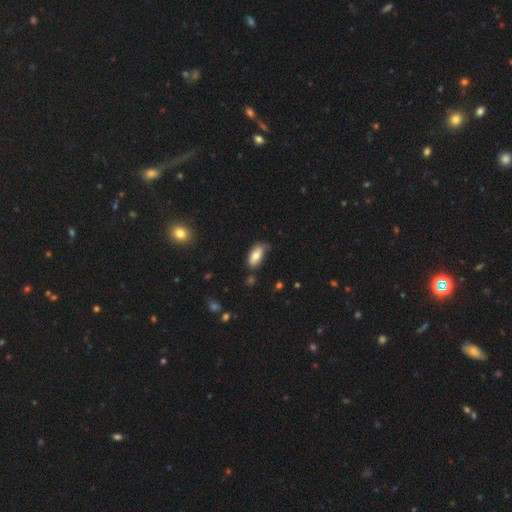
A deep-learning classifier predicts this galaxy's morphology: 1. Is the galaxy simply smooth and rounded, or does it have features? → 75% smooth, 18% featured or disk, 7% star or artifact.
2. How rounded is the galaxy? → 89% in between, 8% cigar-shaped, 2% round.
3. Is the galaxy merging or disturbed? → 51% none, 35% minor disturbance, 10% major disturbance, 4% merger.